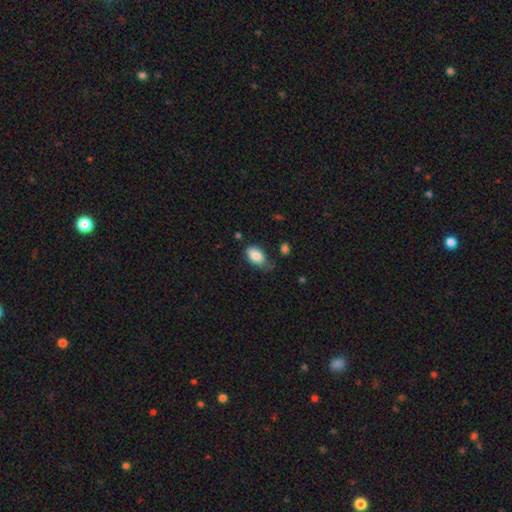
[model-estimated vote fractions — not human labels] This is clearly a smooth galaxy (86%). How rounded: clearly in between (92%). Merging: possibly none (51%).